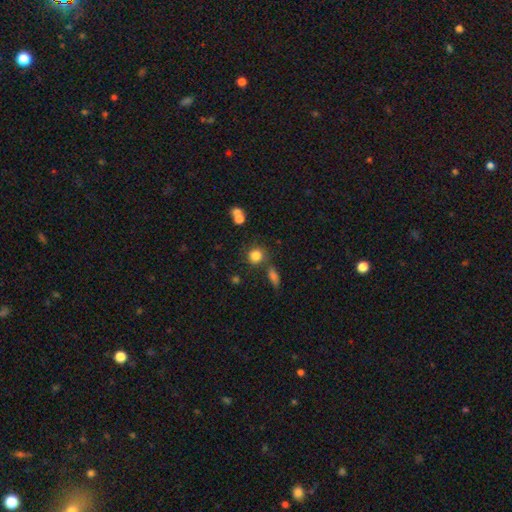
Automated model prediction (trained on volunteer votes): Morphology: type=smooth (82%); roundness=round (82%); merging=none (70%).